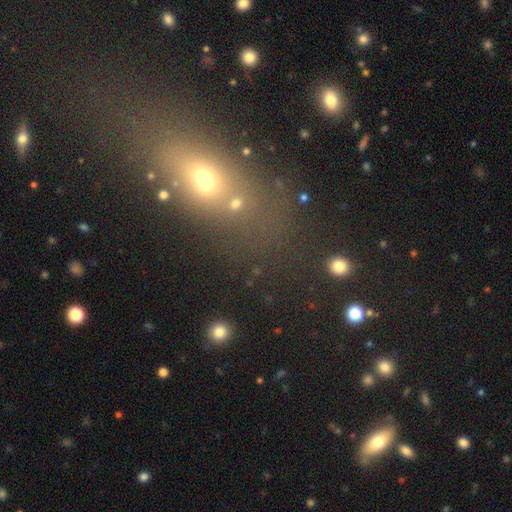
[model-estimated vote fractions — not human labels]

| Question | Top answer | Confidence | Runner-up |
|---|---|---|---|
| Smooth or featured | smooth | 47% | star or artifact (34%) |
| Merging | none | 64% | merger (13%) |